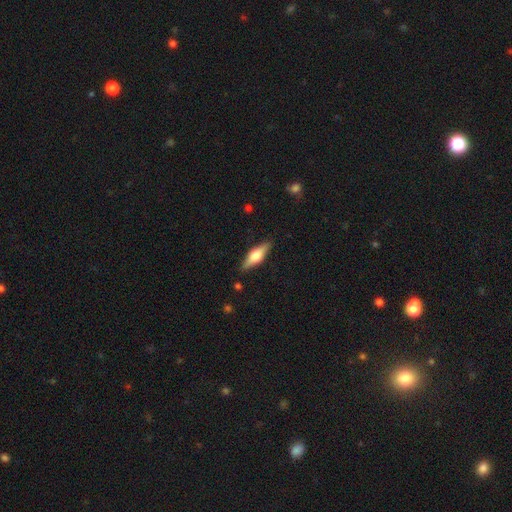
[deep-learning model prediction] Smooth or featured: featured or disk — 55% (smooth — 39%)
Edge-on disk: yes — 94% (no — 6%)
Edge-on bulge: rounded — 92% (boxy — 6%)
Merging: none — 87% (minor disturbance — 9%)